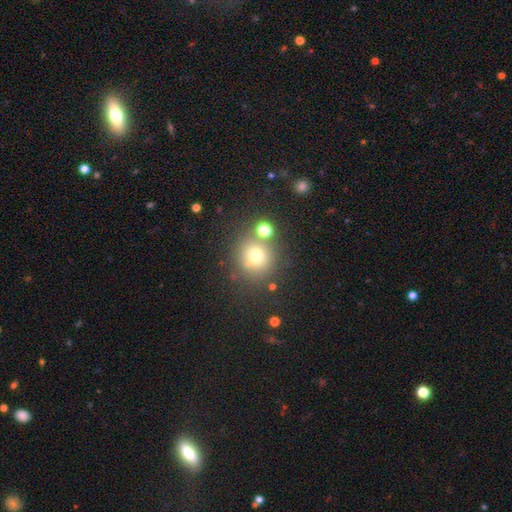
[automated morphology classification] The model was most divided on "smooth or featured": smooth: 72%, star or artifact: 17%, featured or disk: 11%. More confident: how rounded — round (91%); merging — none (74%).